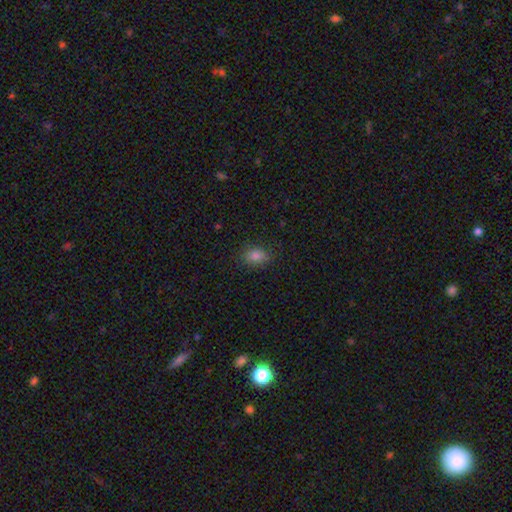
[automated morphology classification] A smooth galaxy with no disk features (83%) that is in between round and cigar-shaped (74%).

Vote fractions:
- Smooth or featured? smooth: 83% / star or artifact: 12% / featured or disk: 5%
- How rounded? in between: 74% / round: 24% / cigar-shaped: 2%
- Merging? none: 86% / minor disturbance: 11% / major disturbance: 3% / merger: 1%